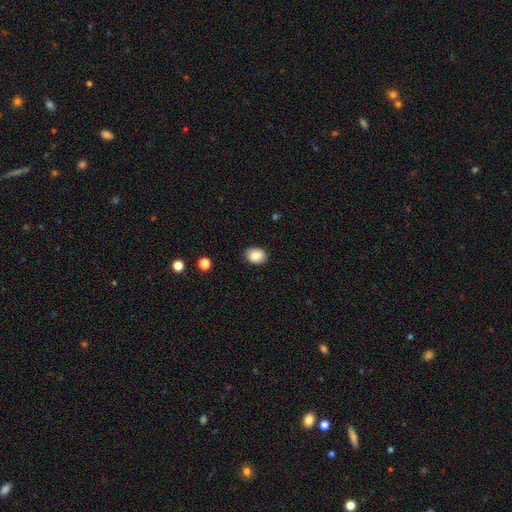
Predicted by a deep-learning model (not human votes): smooth-or-featured: smooth: 87% | star or artifact: 8% | featured or disk: 5%
  how-rounded: in between: 56% | round: 43% | cigar-shaped: 1%
  merging: none: 84% | minor disturbance: 13% | major disturbance: 2% | merger: 1%